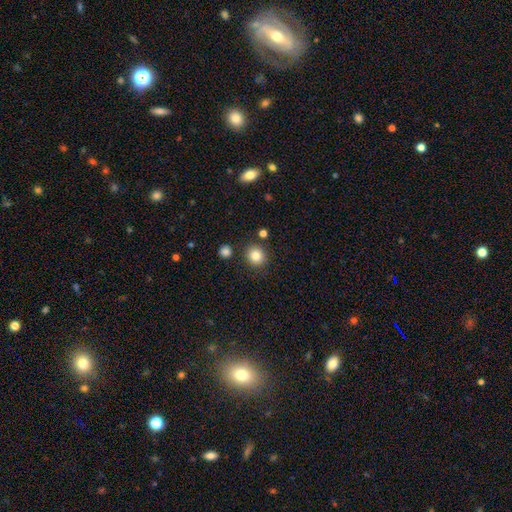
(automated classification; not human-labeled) This is clearly a smooth galaxy (84%). How rounded: clearly round (86%). Merging: clearly none (86%).